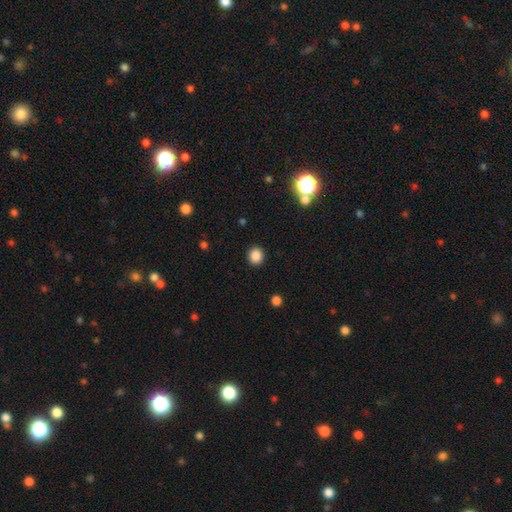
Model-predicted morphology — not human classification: This appears to be a smooth galaxy with no disk features (87%) that is round (81%). Merging: none (91%).